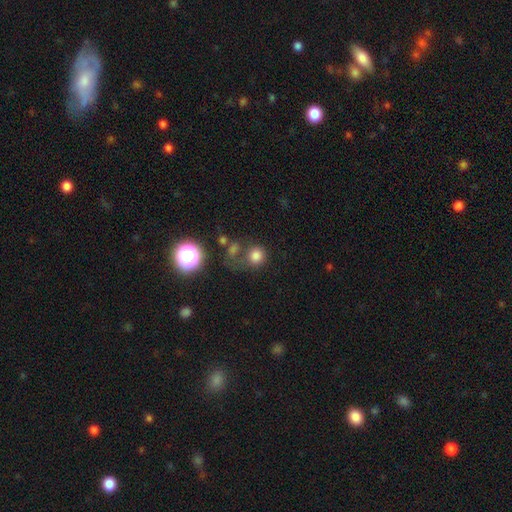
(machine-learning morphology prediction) A smooth galaxy with no disk features (76%) that is round (86%).

Vote fractions:
- Smooth or featured? smooth: 76% / star or artifact: 16% / featured or disk: 8%
- How rounded? round: 86% / in between: 12% / cigar-shaped: 1%
- Merging? none: 56% / merger: 20% / minor disturbance: 13% / major disturbance: 11%